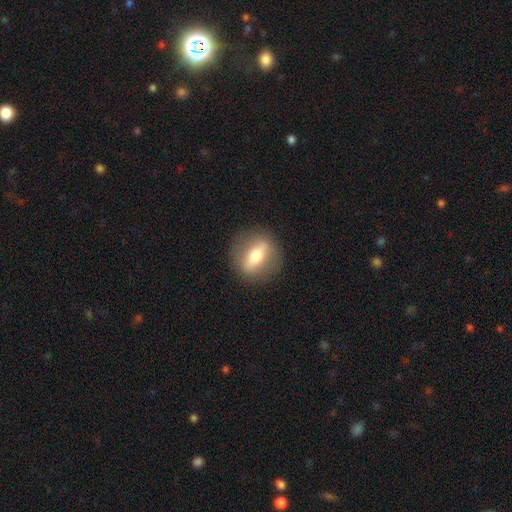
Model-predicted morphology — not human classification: Smooth or featured?
  - featured or disk: 48% *
  - smooth: 44%
  - star or artifact: 8%
Merging?
  - none: 87% *
  - minor disturbance: 9%
  - major disturbance: 4%
  - merger: 1%